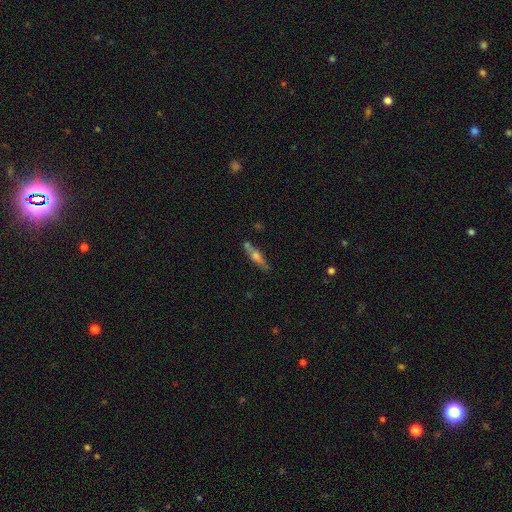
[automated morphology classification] The model was most divided on "smooth or featured": featured or disk: 57%, smooth: 35%, star or artifact: 8%. More confident: edge-on disk — yes (92%); edge-on bulge — rounded (87%); merging — none (76%).